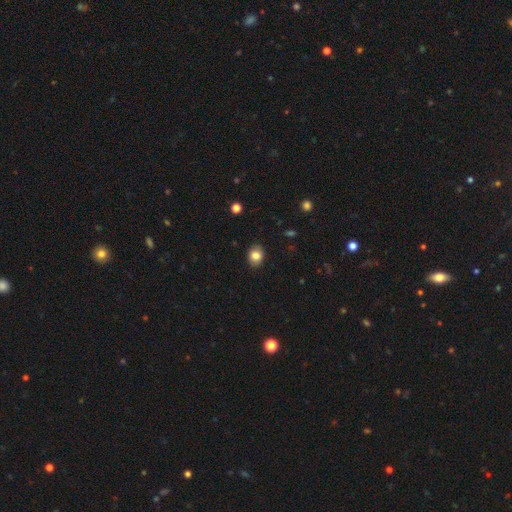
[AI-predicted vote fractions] A smooth galaxy with no disk features (83%) that is in between round and cigar-shaped (50%). Merging: none (86%).